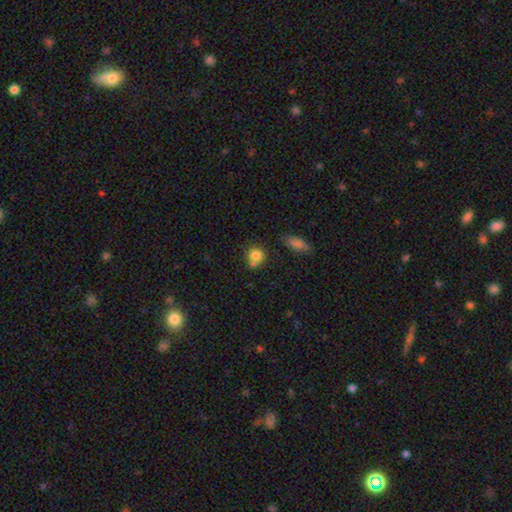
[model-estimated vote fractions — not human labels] A smooth galaxy with no disk features (80%) that is round (81%). Merging: none (52%).